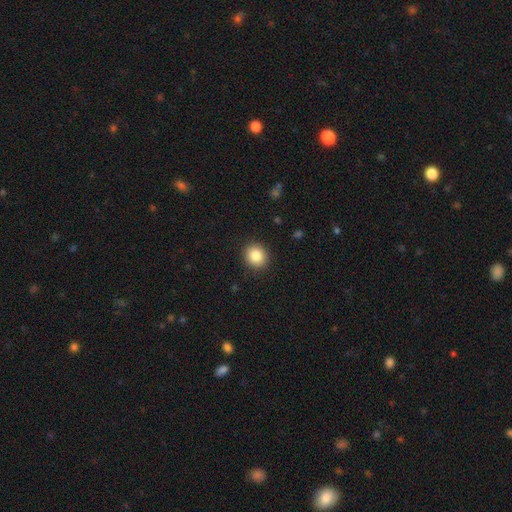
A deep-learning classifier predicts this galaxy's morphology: A smooth galaxy with no disk features (86%) that is round (81%).

Vote fractions:
- Smooth or featured? smooth: 86% / star or artifact: 9% / featured or disk: 5%
- How rounded? round: 81% / in between: 18% / cigar-shaped: 1%
- Merging? none: 91% / minor disturbance: 6% / major disturbance: 2% / merger: 1%